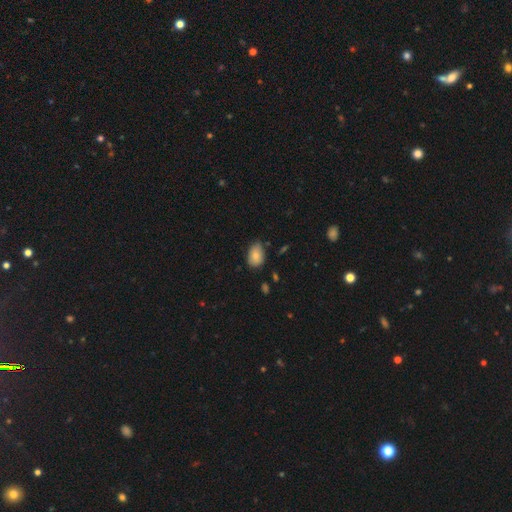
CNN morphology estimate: Q: Smooth or featured?
A: smooth (78%); runner-up: featured or disk (13%)
Q: How rounded?
A: in between (80%); runner-up: round (19%)
Q: Merging?
A: none (66%); runner-up: minor disturbance (28%)